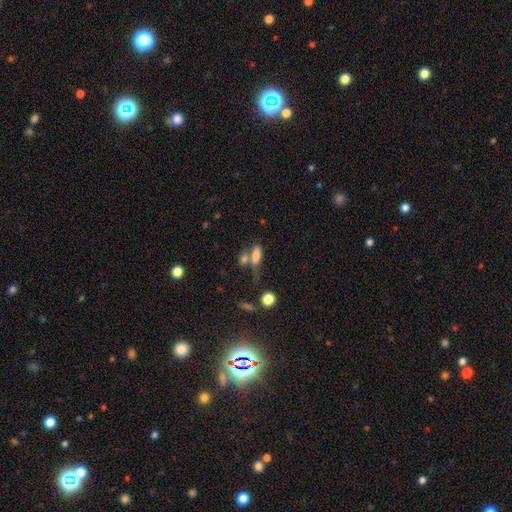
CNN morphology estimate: A smooth galaxy with no disk features (77%) that is in between round and cigar-shaped (66%).

Vote fractions:
- Smooth or featured? smooth: 77% / featured or disk: 12% / star or artifact: 11%
- How rounded? in between: 66% / cigar-shaped: 28% / round: 6%
- Merging? merger: 39% / none: 34% / minor disturbance: 15% / major disturbance: 12%